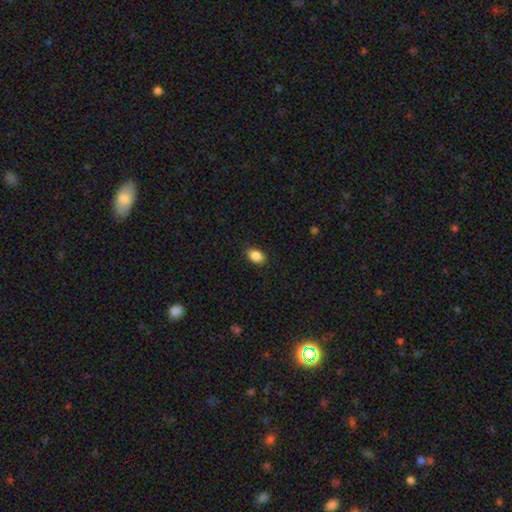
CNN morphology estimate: Smooth or featured? smooth (87%)
How rounded? in between (85%)
Merging? none (88%)